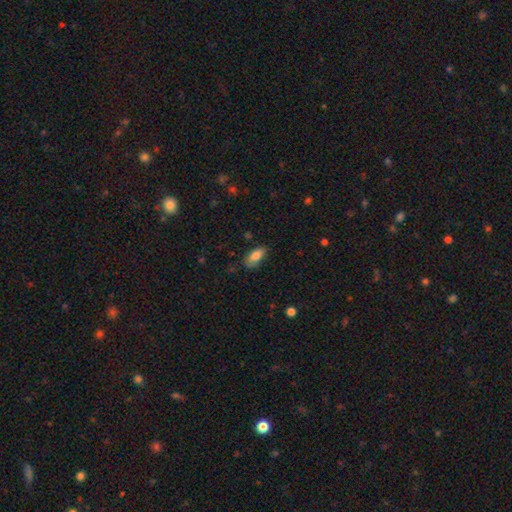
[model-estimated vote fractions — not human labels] smooth_or_featured: smooth (p=0.83) [alt: featured or disk p=0.10]
how_rounded: in between (p=0.87) [alt: cigar-shaped p=0.10]
merging: none (p=0.69) [alt: minor disturbance p=0.24]